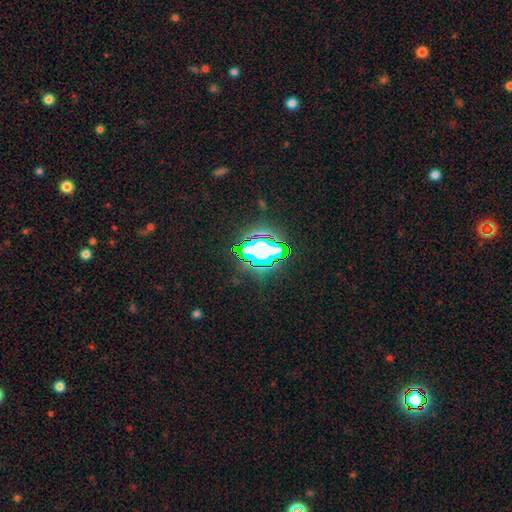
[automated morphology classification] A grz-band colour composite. It shows a star or artifact, not a galaxy (73%).